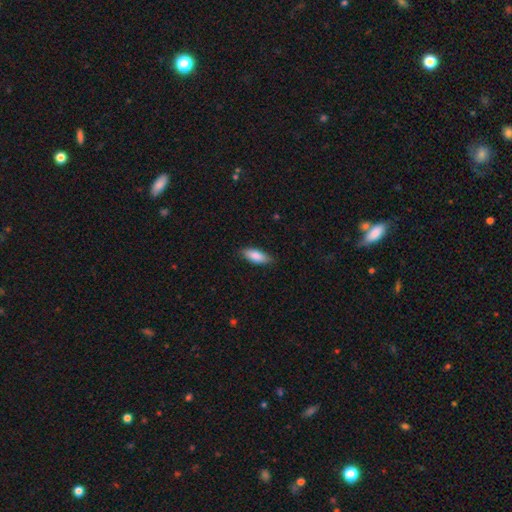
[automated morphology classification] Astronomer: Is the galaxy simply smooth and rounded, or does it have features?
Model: smooth — 85%.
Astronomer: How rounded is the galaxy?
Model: in between — 76%.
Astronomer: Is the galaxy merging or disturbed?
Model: none — 81%.